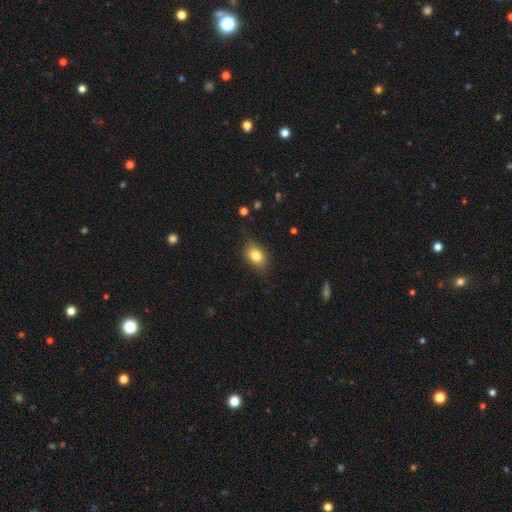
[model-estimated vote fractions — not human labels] smooth 81%, featured or disk 10%, star or artifact 10%. Down the decision tree: how rounded — in between (73%); merging — none (80%).